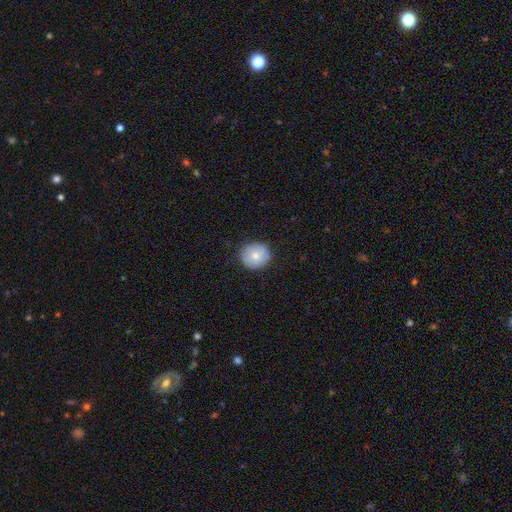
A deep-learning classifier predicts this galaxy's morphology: Smooth or featured?
  - smooth: 77% *
  - featured or disk: 15%
  - star or artifact: 8%
How rounded?
  - round: 88% *
  - in between: 11%
  - cigar-shaped: 1%
Merging?
  - none: 85% *
  - minor disturbance: 11%
  - major disturbance: 2%
  - merger: 1%